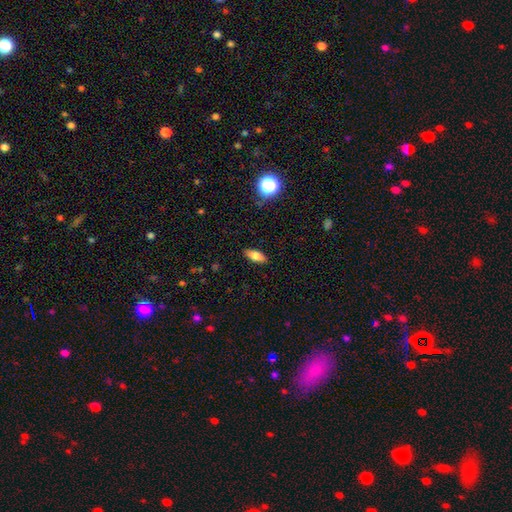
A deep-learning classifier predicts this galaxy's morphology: This is likely a smooth galaxy (75%). How rounded: likely in between (76%). Merging: clearly none (88%).